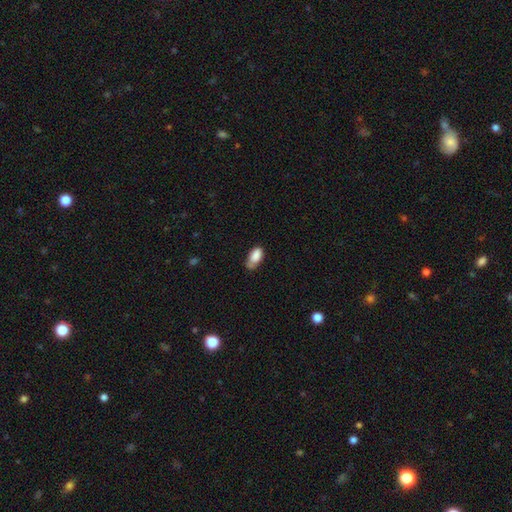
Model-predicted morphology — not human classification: Q: Smooth or featured?
A: smooth (83%); runner-up: featured or disk (9%)
Q: How rounded?
A: in between (92%); runner-up: cigar-shaped (4%)
Q: Merging?
A: none (43%); runner-up: minor disturbance (41%)